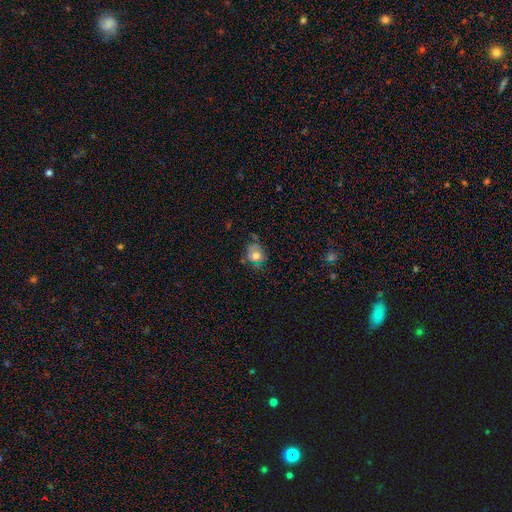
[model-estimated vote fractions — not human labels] Smooth or featured?
  - smooth: 70% *
  - featured or disk: 18%
  - star or artifact: 11%
How rounded?
  - round: 67% *
  - in between: 32%
  - cigar-shaped: 1%
Merging?
  - none: 59% *
  - minor disturbance: 27%
  - major disturbance: 9%
  - merger: 5%